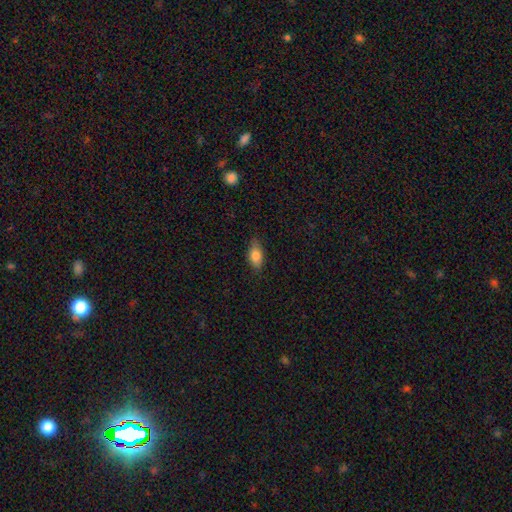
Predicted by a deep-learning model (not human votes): This appears to be a smooth galaxy with no disk features (81%) that is in between round and cigar-shaped (86%). Merging: none (77%).